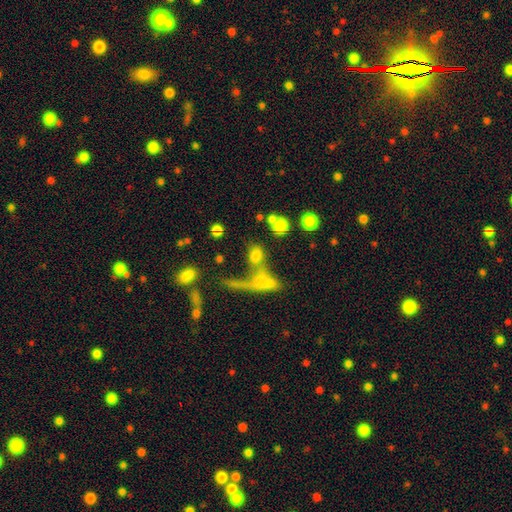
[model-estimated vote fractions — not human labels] A smooth galaxy with no disk features (69%) that is in between round and cigar-shaped (54%).

Vote fractions:
- Smooth or featured? smooth: 69% / star or artifact: 16% / featured or disk: 15%
- How rounded? in between: 54% / round: 37% / cigar-shaped: 9%
- Merging? merger: 41% / none: 37% / major disturbance: 12% / minor disturbance: 10%